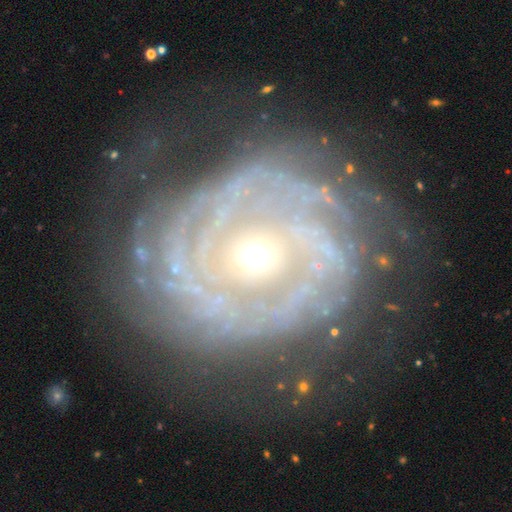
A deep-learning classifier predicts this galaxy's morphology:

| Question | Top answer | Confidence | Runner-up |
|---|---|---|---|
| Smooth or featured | featured or disk | 90% | star or artifact (5%) |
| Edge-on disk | no | 97% | yes (3%) |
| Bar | no | 74% | weak (18%) |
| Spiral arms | yes | 96% | no (4%) |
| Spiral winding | tight | 80% | medium (16%) |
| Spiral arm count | can't tell | 32% | 2 (18%) |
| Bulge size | small | 67% | moderate (30%) |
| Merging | none | 67% | minor disturbance (20%) |